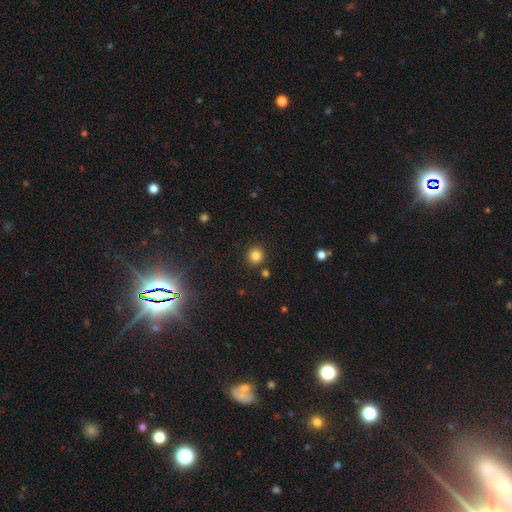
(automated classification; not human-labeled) Smooth or featured? smooth (83%)
How rounded? round (92%)
Merging? none (87%)